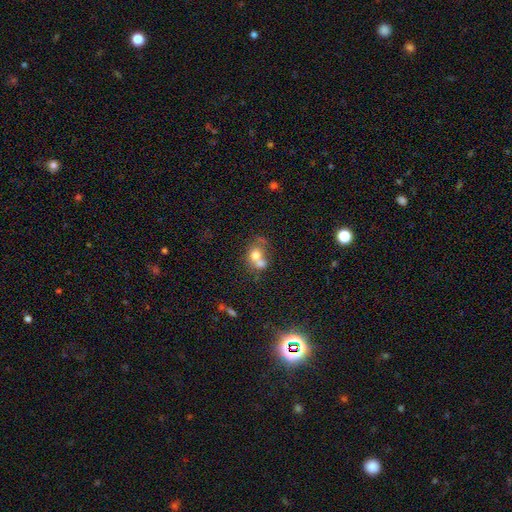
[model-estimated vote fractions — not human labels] Smooth or featured? Predicted: smooth (p=0.67). How rounded? Predicted: round (p=0.62). Merging? Predicted: merger (p=0.64).